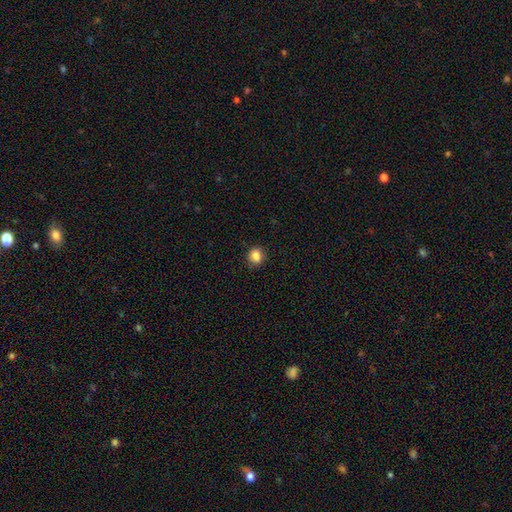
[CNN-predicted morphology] A smooth galaxy with no disk features (85%) that is round (66%). Merging: none (83%).